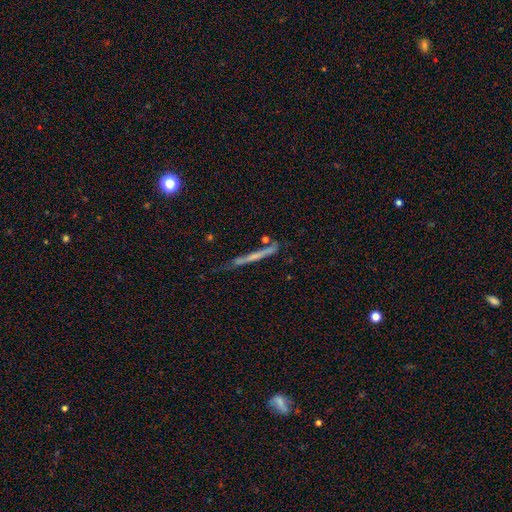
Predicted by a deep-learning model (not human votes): Q: Smooth or featured?
A: featured or disk (47%); runner-up: smooth (43%)
Q: Merging?
A: none (67%); runner-up: minor disturbance (20%)